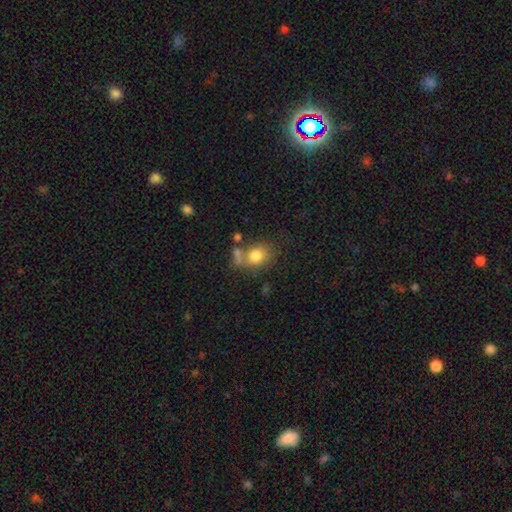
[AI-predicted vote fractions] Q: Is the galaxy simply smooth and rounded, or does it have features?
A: smooth — 78%.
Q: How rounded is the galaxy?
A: round — 51%.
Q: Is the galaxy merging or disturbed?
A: none — 50%.